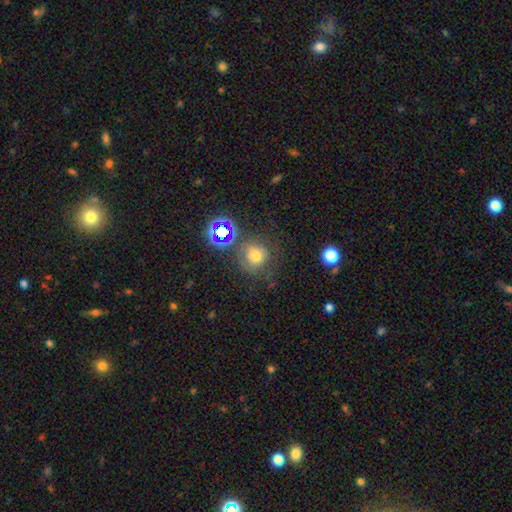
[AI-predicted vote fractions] smooth 59%, star or artifact 23%, featured or disk 17%. Down the decision tree: how rounded — round (85%); merging — none (58%).